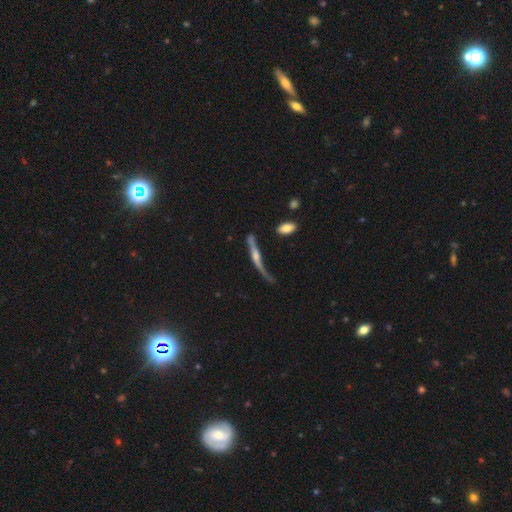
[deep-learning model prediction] Smooth or featured? featured or disk (70%)
Edge-on disk? yes (83%)
Edge-on bulge? rounded (78%)
Merging? none (42%)